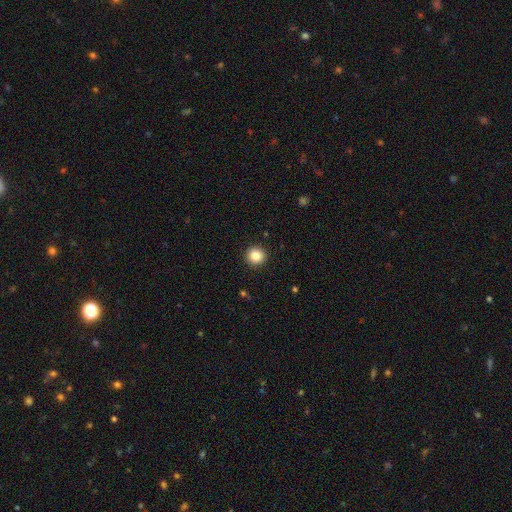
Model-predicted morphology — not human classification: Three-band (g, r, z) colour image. It shows a smooth galaxy with no disk features (85%) that is round (95%). Merging: none (93%).